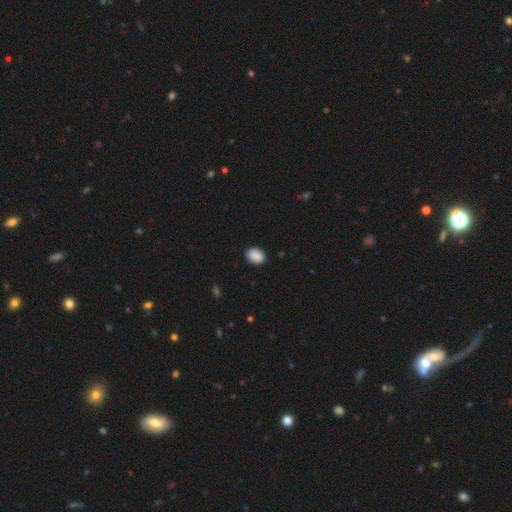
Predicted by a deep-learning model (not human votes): A smooth galaxy with no disk features (89%) that is in between round and cigar-shaped (73%).

Vote fractions:
- Smooth or featured? smooth: 89% / star or artifact: 8% / featured or disk: 3%
- How rounded? in between: 73% / round: 26% / cigar-shaped: 1%
- Merging? none: 87% / minor disturbance: 10% / major disturbance: 2% / merger: 1%